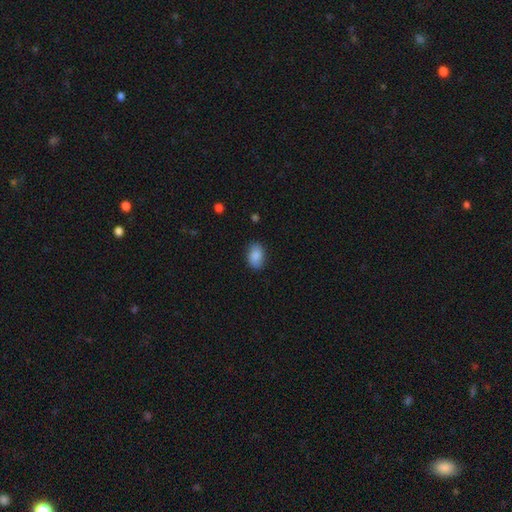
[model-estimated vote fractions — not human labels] This appears to be a smooth galaxy with no disk features (88%) that is in between round and cigar-shaped (88%). Merging: none (84%).